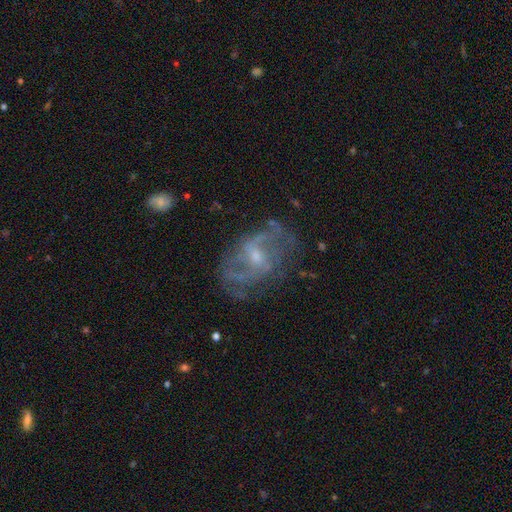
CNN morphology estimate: Smooth or featured? featured or disk (76%)
Edge-on disk? no (96%)
Bar? weak (47%)
Spiral arms? yes (78%)
Spiral winding? medium (42%)
Spiral arm count? 2 (56%)
Bulge size? small (53%)
Merging? none (63%)